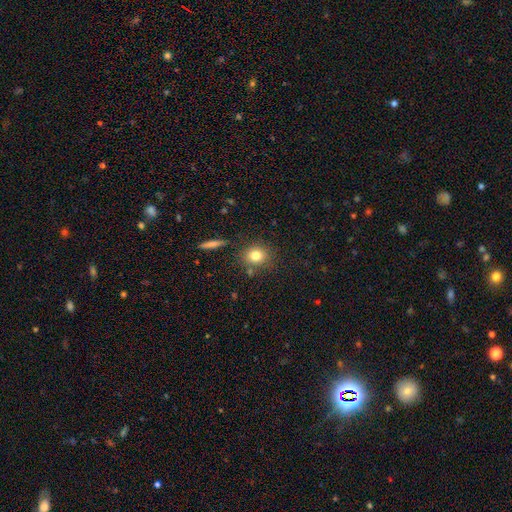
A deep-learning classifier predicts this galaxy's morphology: smooth_or_featured: smooth (p=0.79) [alt: star or artifact p=0.12]
how_rounded: round (p=0.76) [alt: in between p=0.23]
merging: none (p=0.82) [alt: minor disturbance p=0.10]